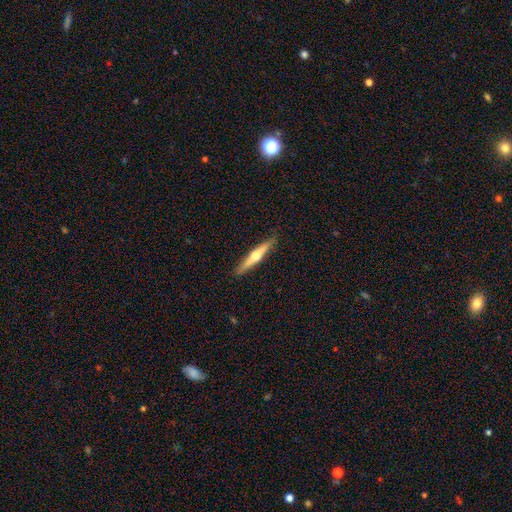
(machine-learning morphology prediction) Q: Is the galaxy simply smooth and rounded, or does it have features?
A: featured or disk — 66%.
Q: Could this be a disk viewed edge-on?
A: yes — 97%.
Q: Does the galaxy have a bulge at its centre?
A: rounded — 93%.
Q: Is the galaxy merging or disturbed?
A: none — 90%.